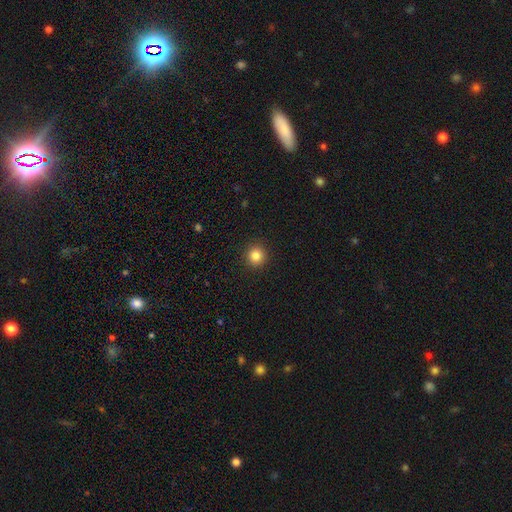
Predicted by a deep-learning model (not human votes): Morphology: type=smooth (84%); roundness=round (94%); merging=none (92%).